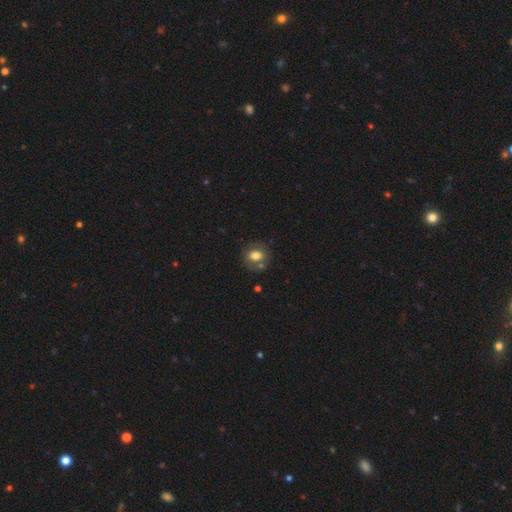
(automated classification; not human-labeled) smooth-or-featured: smooth: 72% | featured or disk: 18% | star or artifact: 9%
  how-rounded: round: 63% | in between: 36% | cigar-shaped: 1%
  merging: none: 69% | minor disturbance: 15% | merger: 12% | major disturbance: 5%